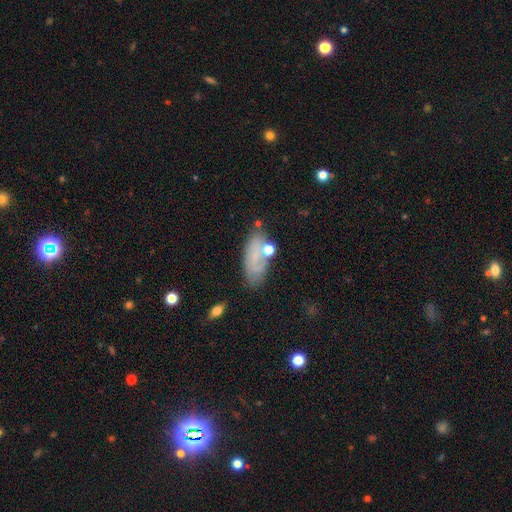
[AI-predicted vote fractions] Smooth or featured: smooth — 61% (featured or disk — 27%)
How rounded: in between — 81% (cigar-shaped — 14%)
Merging: none — 62% (minor disturbance — 22%)